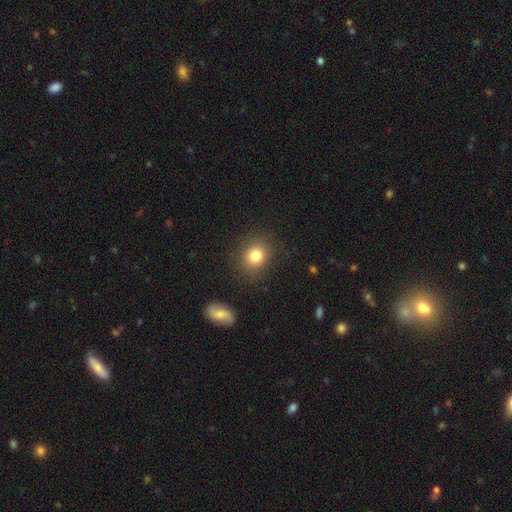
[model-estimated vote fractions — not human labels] smooth-or-featured: smooth: 82% | star or artifact: 11% | featured or disk: 8%
  how-rounded: round: 71% | in between: 28% | cigar-shaped: 1%
  merging: none: 85% | minor disturbance: 9% | major disturbance: 3% | merger: 2%